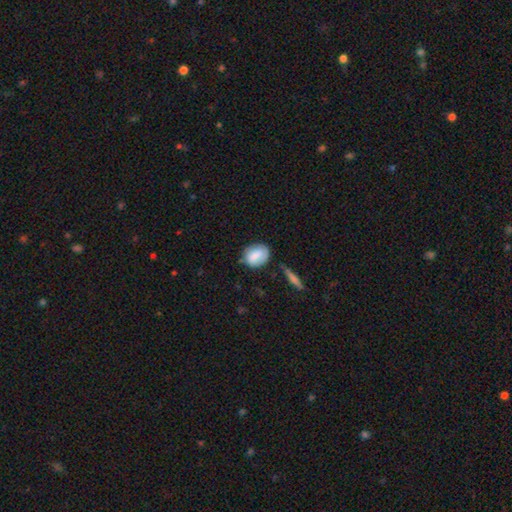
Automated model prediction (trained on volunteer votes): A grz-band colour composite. It shows a smooth galaxy with no disk features (77%) that is in between round and cigar-shaped (56%). Merging: none (66%).